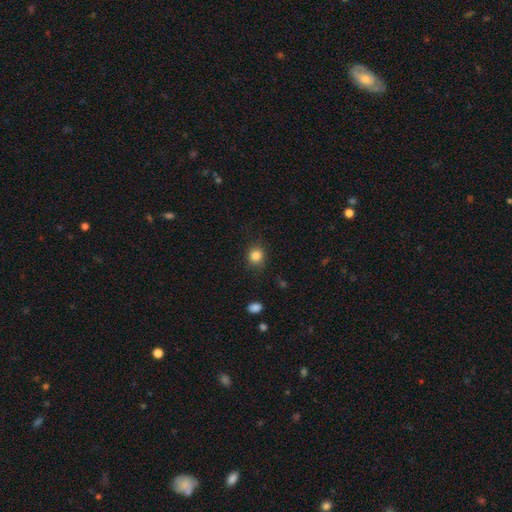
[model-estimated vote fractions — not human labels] Overall: smooth (85%). How rounded: round (82%). Merging: none (84%).